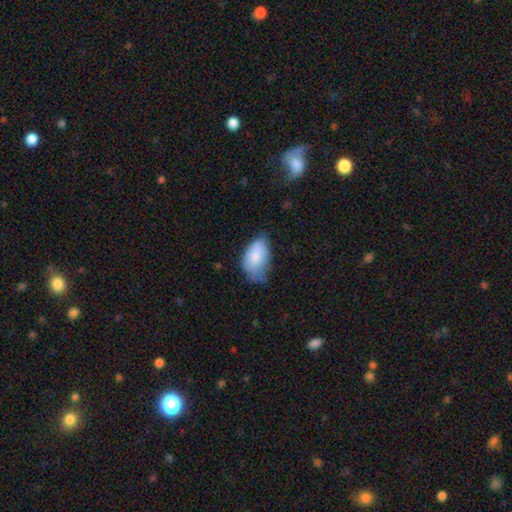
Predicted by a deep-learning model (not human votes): Overall: smooth (81%). How rounded: in between (92%). Merging: minor disturbance (48%; none 36%).